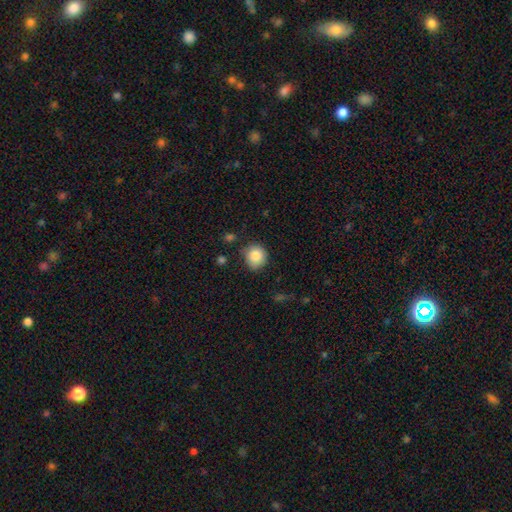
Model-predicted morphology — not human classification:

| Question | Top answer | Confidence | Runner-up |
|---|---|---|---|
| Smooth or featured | smooth | 85% | star or artifact (9%) |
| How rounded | round | 85% | in between (14%) |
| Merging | none | 78% | minor disturbance (16%) |